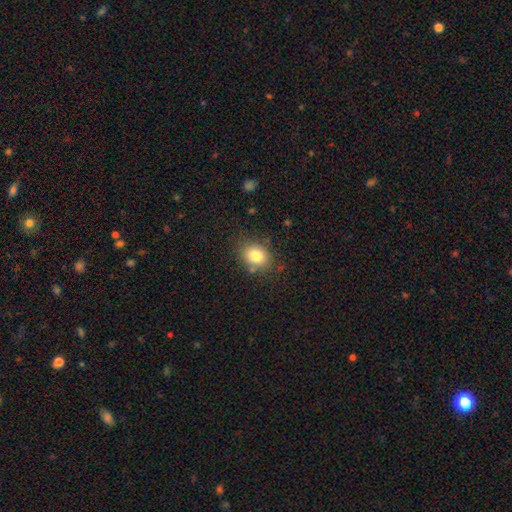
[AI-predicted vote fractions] Smooth or featured?
  - smooth: 81% *
  - star or artifact: 10%
  - featured or disk: 9%
How rounded?
  - round: 50% *
  - in between: 49%
  - cigar-shaped: 1%
Merging?
  - none: 79% *
  - minor disturbance: 14%
  - major disturbance: 4%
  - merger: 4%